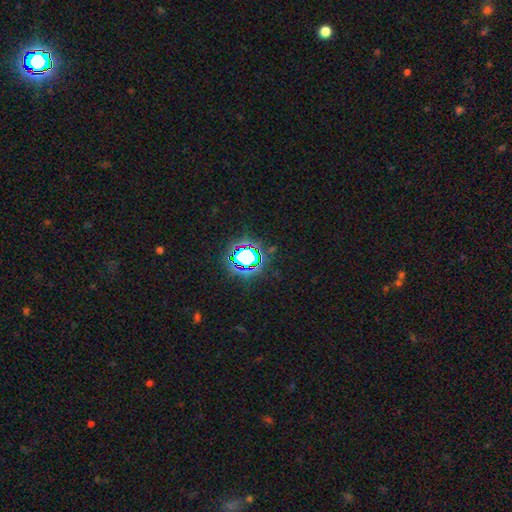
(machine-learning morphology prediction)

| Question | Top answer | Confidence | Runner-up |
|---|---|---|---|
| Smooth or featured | star or artifact | 78% | smooth (14%) |